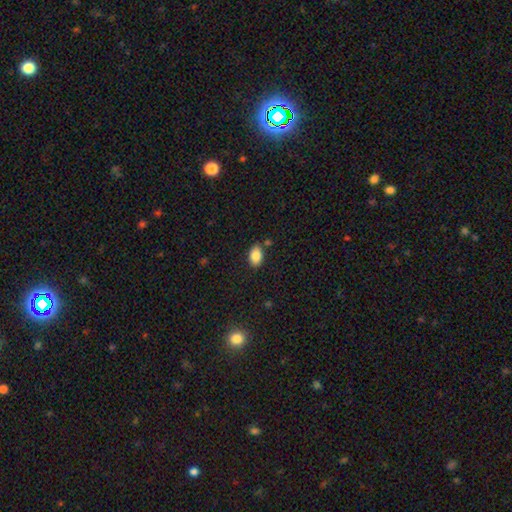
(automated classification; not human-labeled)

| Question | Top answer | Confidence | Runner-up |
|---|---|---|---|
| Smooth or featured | smooth | 85% | star or artifact (8%) |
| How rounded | in between | 89% | round (9%) |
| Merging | none | 80% | minor disturbance (13%) |